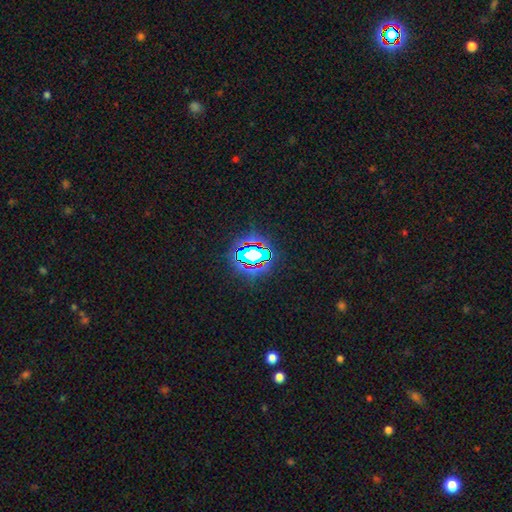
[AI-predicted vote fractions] Smooth or featured? star or artifact (69%)